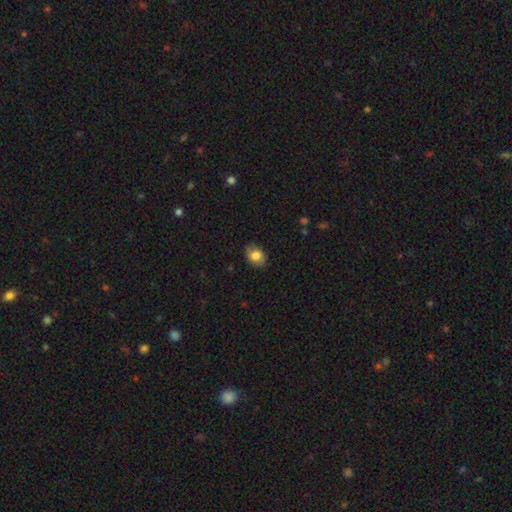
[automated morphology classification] Smooth or featured? Predicted: smooth (p=0.84). How rounded? Predicted: in between (p=0.65). Merging? Predicted: none (p=0.84).